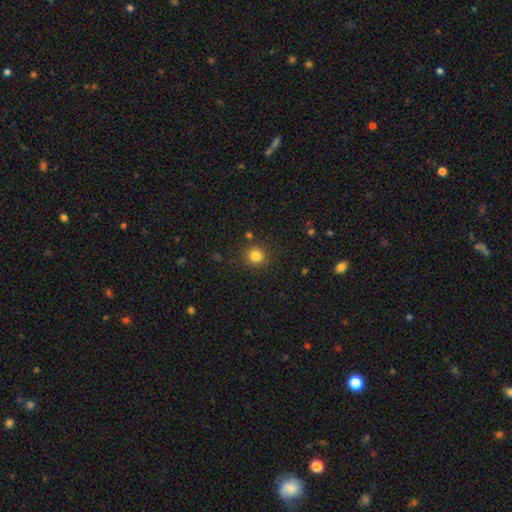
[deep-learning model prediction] Smooth or featured? Predicted: smooth (p=0.82). How rounded? Predicted: round (p=0.92). Merging? Predicted: none (p=0.87).